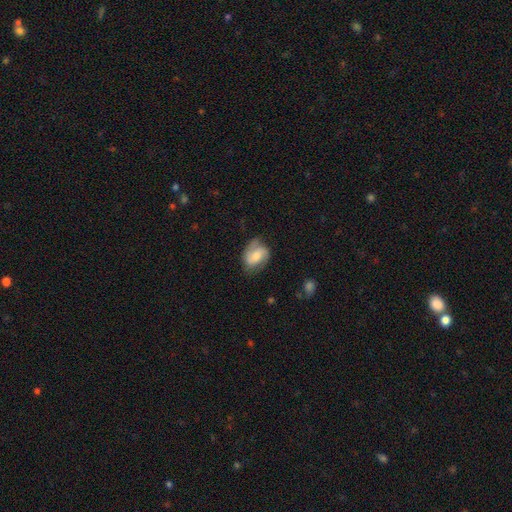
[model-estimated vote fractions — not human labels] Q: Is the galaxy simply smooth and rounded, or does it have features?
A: featured or disk — 51%.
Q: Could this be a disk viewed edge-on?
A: no — 96%.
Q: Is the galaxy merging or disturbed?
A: none — 60%.